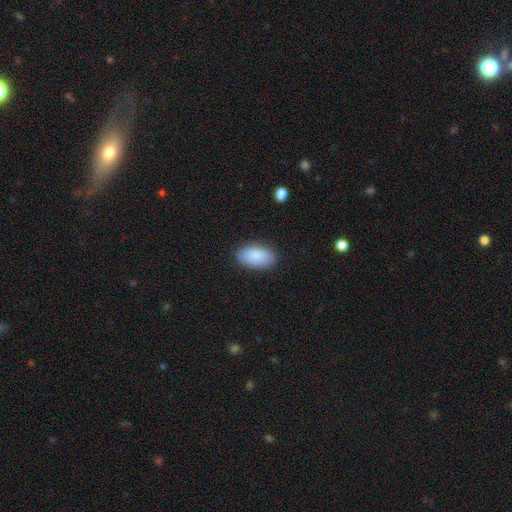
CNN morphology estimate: type=smooth (89%); roundness=in between (94%); merging=none (87%).